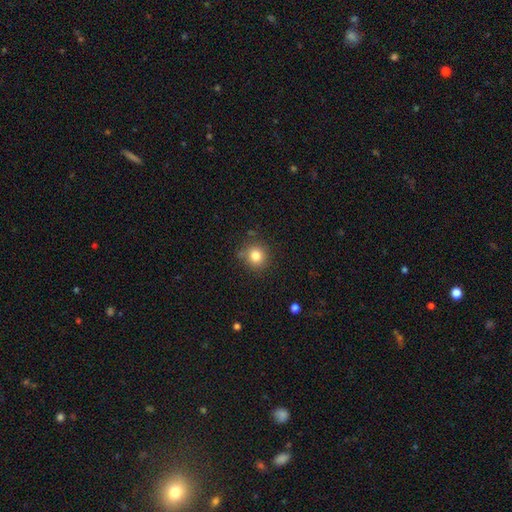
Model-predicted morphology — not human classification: smooth-or-featured: smooth: 82% | star or artifact: 12% | featured or disk: 6%
  how-rounded: round: 88% | in between: 11% | cigar-shaped: 1%
  merging: none: 80% | minor disturbance: 14% | major disturbance: 3% | merger: 3%